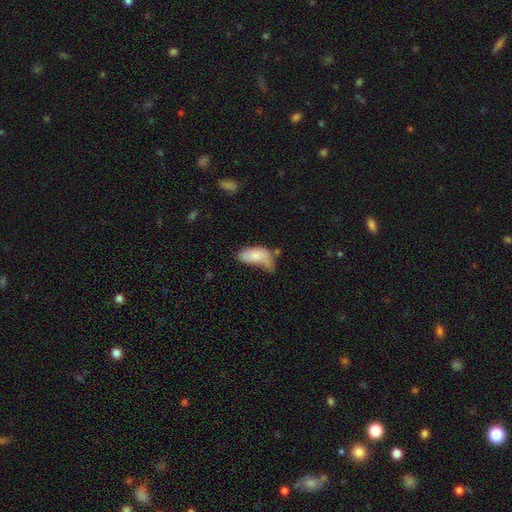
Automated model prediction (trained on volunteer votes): This appears to be a smooth galaxy with no disk features (78%) that is in between round and cigar-shaped (91%). Merging: minor disturbance (32%).